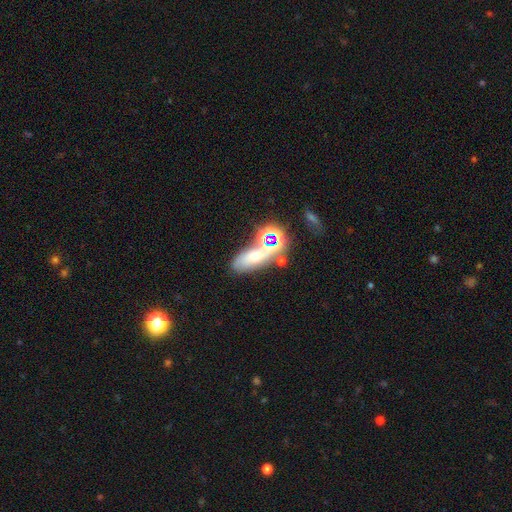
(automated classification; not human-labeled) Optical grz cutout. It shows a smooth galaxy with no disk features (39%). Merging: none (47%).